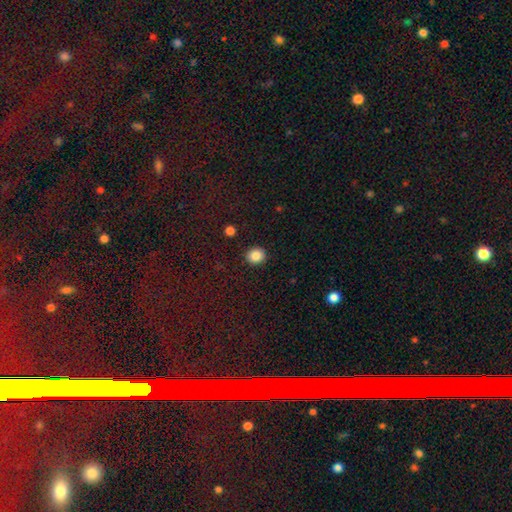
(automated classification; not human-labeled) Smooth or featured? Predicted: smooth (p=0.86). How rounded? Predicted: round (p=0.83). Merging? Predicted: none (p=0.91).